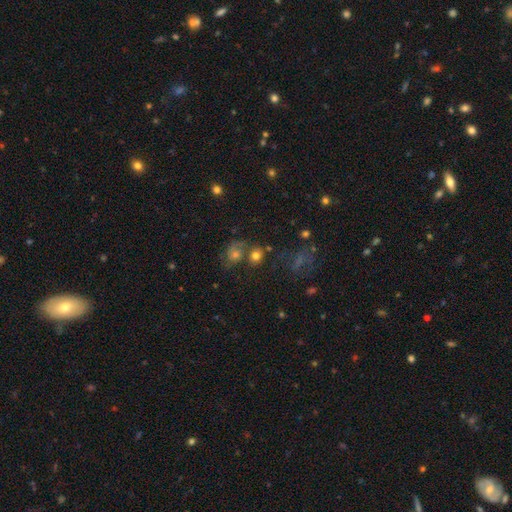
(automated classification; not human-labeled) smooth 68%, featured or disk 16%, star or artifact 16%. Down the decision tree: how rounded — round (76%); merging — none (51%).